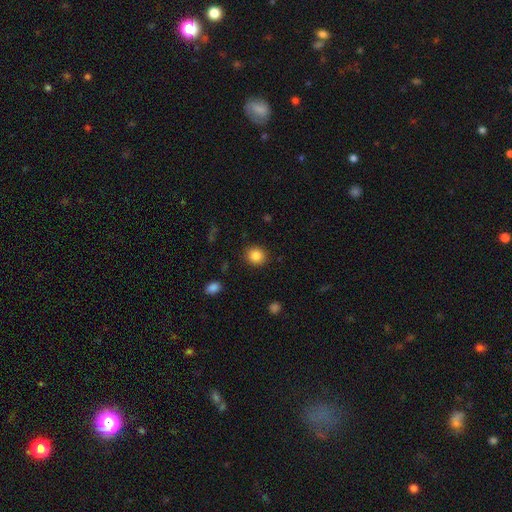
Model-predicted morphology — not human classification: Smooth or featured? smooth (86%)
How rounded? round (82%)
Merging? none (89%)